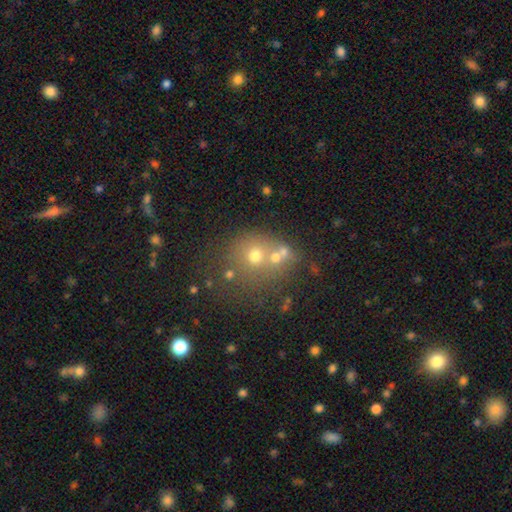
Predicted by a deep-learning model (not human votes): Q: Smooth or featured?
A: smooth (57%); runner-up: featured or disk (21%)
Q: How rounded?
A: round (80%); runner-up: in between (20%)
Q: Merging?
A: none (47%); runner-up: merger (36%)